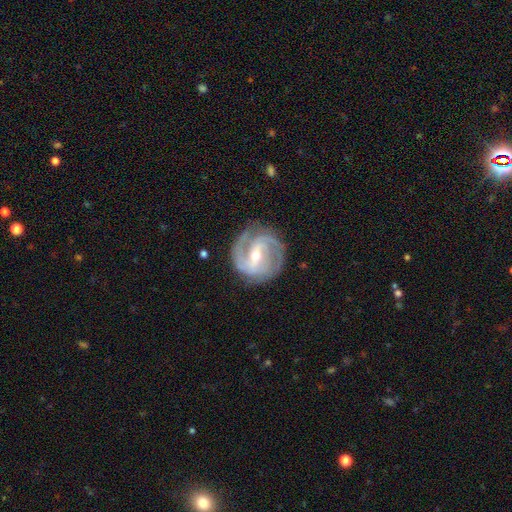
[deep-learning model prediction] A featured or disk galaxy (90%) with a weak bar (42%), 2 (64%) medium (46%) spiral arms (97%) and a moderate central bulge (49%).

Vote fractions:
- Smooth or featured? featured or disk: 90% / smooth: 5% / star or artifact: 5%
- Edge-on disk? no: 97% / yes: 3%
- Bar? weak: 42% / strong: 38% / no: 20%
- Spiral arms? yes: 97% / no: 3%
- Spiral winding? medium: 46% / tight: 44% / loose: 10%
- Spiral arm count? 2: 64% / 3: 21% / can't tell: 7% / 1: 3% / 4: 3% / more than 4: 2%
- Bulge size? moderate: 49% / small: 48% / large: 1% / none: 1% / dominant: 1%
- Merging? none: 78% / minor disturbance: 15% / major disturbance: 6% / merger: 1%